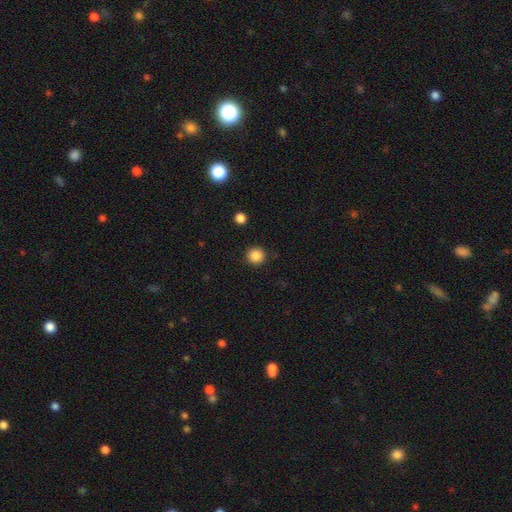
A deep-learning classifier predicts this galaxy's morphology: Q: Smooth or featured?
A: smooth (87%); runner-up: star or artifact (10%)
Q: How rounded?
A: round (94%); runner-up: in between (5%)
Q: Merging?
A: none (91%); runner-up: minor disturbance (5%)